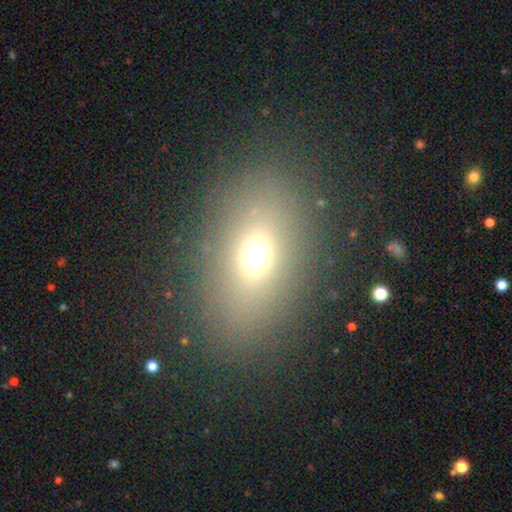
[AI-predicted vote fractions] This appears to be a smooth galaxy with no disk features (66%) that is in between round and cigar-shaped (74%). Merging: none (83%).